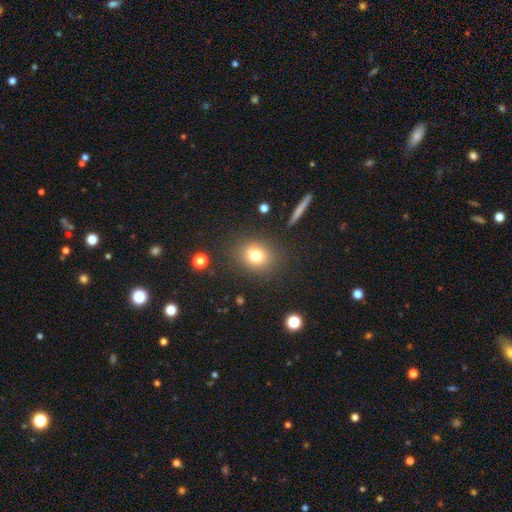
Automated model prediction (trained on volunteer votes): Smooth or featured? Predicted: smooth (p=0.76). How rounded? Predicted: round (p=0.69). Merging? Predicted: none (p=0.85).